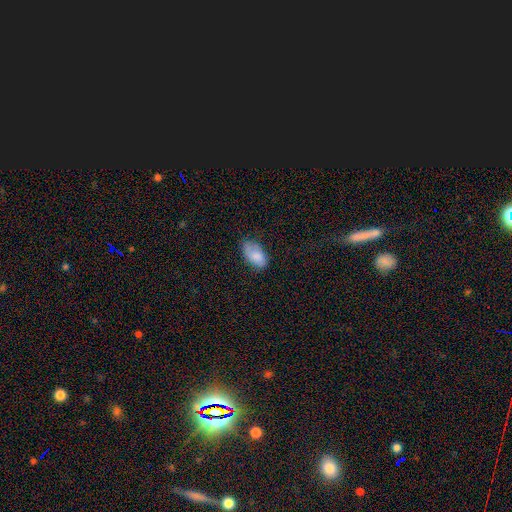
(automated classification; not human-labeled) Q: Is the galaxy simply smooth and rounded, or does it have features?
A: smooth — 83%.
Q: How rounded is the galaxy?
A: in between — 95%.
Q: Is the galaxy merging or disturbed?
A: none — 63%.